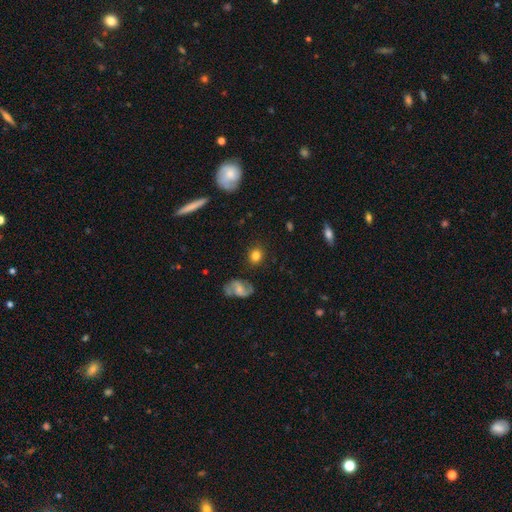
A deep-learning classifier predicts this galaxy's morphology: Smooth or featured? Predicted: smooth (p=0.79). How rounded? Predicted: round (p=0.72). Merging? Predicted: none (p=0.84).